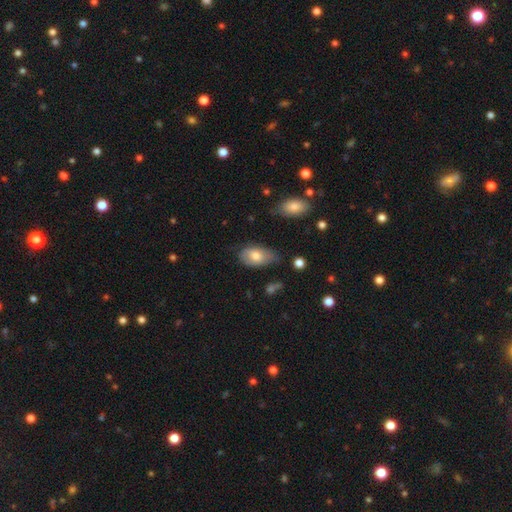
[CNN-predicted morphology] The model was most divided on "merging": none: 47%, minor disturbance: 38%, major disturbance: 12%, merger: 3%. More confident: how rounded — in between (93%); smooth or featured — smooth (74%).